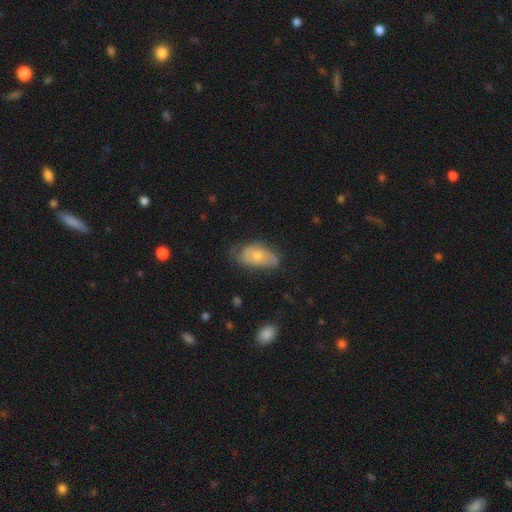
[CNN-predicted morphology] smooth_or_featured: featured or disk (p=0.49) [alt: smooth p=0.44]
merging: none (p=0.54) [alt: minor disturbance p=0.33]